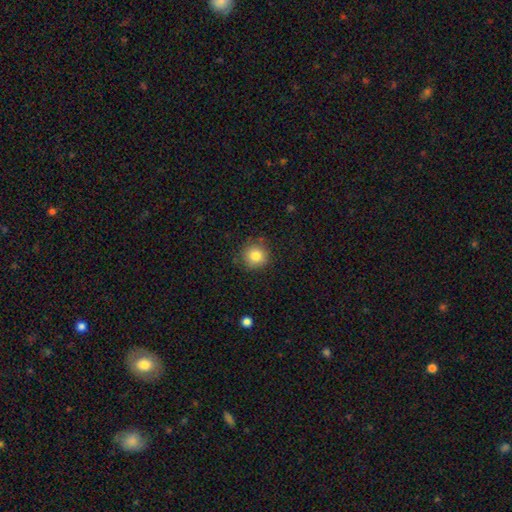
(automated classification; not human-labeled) A smooth galaxy with no disk features (82%) that is round (92%).

Vote fractions:
- Smooth or featured? smooth: 82% / star or artifact: 11% / featured or disk: 7%
- How rounded? round: 92% / in between: 7% / cigar-shaped: 1%
- Merging? none: 83% / minor disturbance: 12% / major disturbance: 3% / merger: 1%